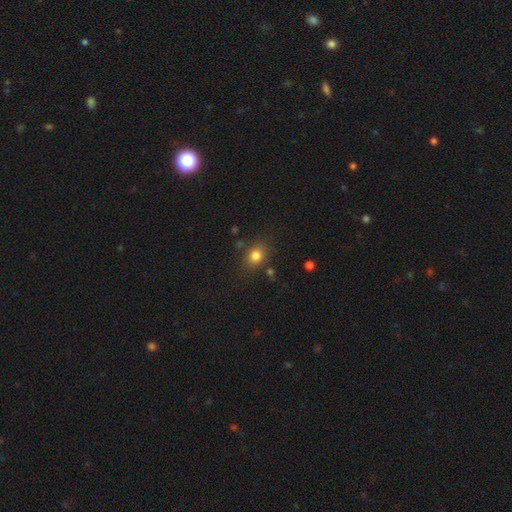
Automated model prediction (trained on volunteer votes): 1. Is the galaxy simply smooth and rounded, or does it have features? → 80% smooth, 12% star or artifact, 8% featured or disk.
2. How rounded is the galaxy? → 49% in between (tied), 49% round (tied), 1% cigar-shaped.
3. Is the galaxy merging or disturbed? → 77% none, 14% minor disturbance, 4% major disturbance, 4% merger.